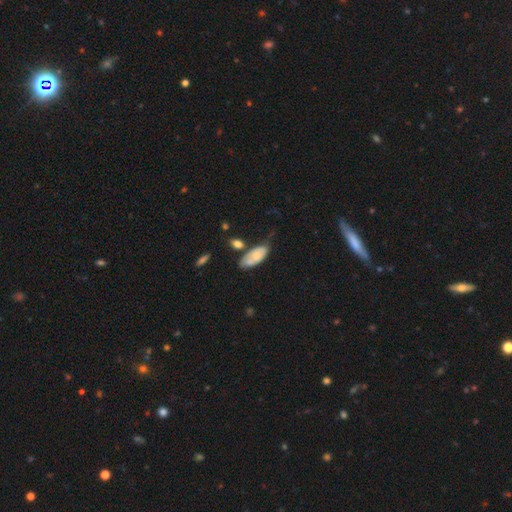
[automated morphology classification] Overall: smooth (68%). How rounded: in between (88%). Merging: none (45%; minor disturbance 31%).